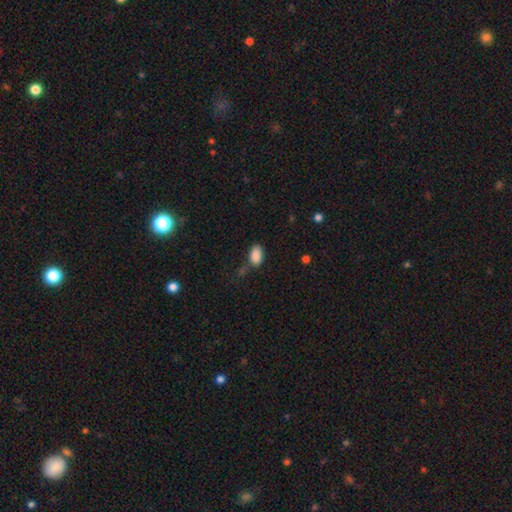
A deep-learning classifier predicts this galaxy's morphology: smooth_or_featured: smooth (p=0.88) [alt: star or artifact p=0.08]
how_rounded: in between (p=0.94) [alt: round p=0.04]
merging: none (p=0.68) [alt: minor disturbance p=0.19]